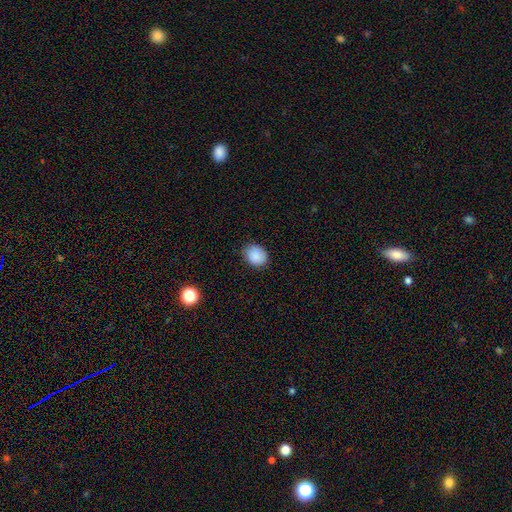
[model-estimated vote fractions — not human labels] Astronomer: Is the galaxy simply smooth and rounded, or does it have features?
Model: smooth — 88%.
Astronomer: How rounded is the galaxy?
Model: round — 58% (runner-up: in between, 42%).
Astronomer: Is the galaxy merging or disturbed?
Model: none — 80%.